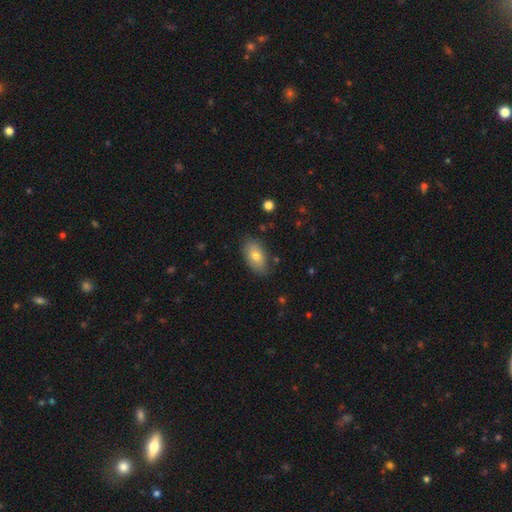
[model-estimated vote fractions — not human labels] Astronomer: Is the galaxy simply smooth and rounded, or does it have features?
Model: smooth — 75%.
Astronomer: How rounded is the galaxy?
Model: in between — 92%.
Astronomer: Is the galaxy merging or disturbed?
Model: none — 80%.